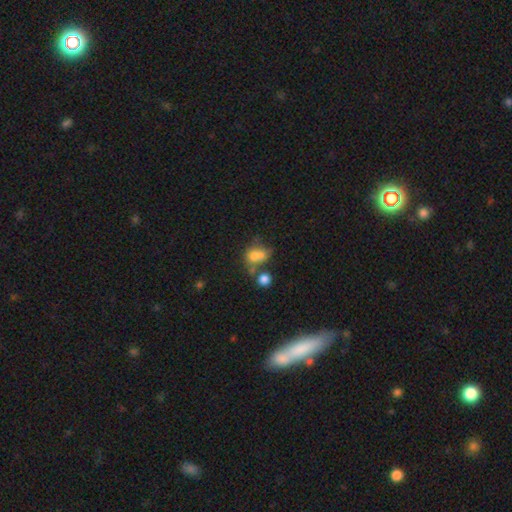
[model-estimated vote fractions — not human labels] A smooth galaxy with no disk features (69%) that is in between round and cigar-shaped (62%). Merging: merger (41%).